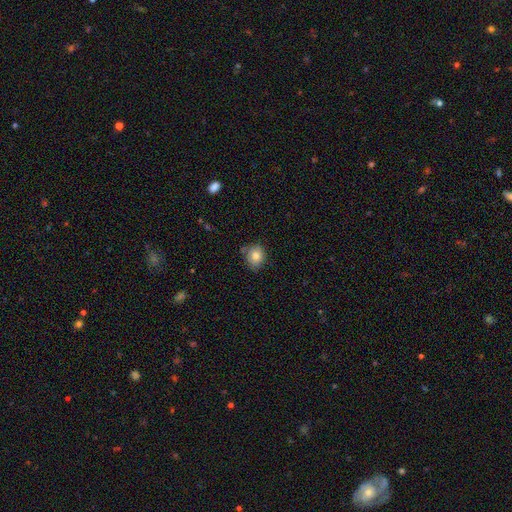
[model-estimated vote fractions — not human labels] This appears to be a smooth galaxy with no disk features (81%) that is round (71%). Merging: none (70%).